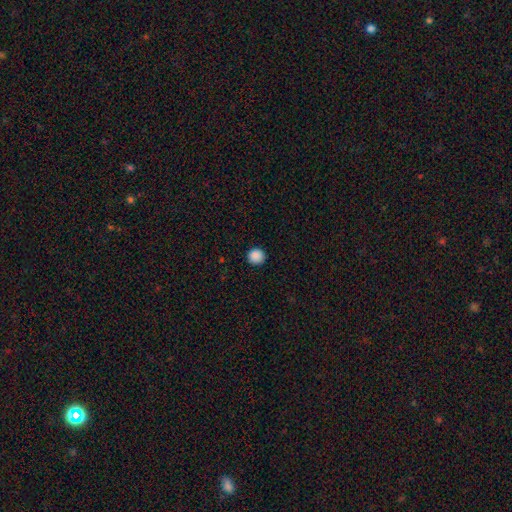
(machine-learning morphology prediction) This appears to be a smooth galaxy with no disk features (88%) that is round (94%). Merging: none (92%).